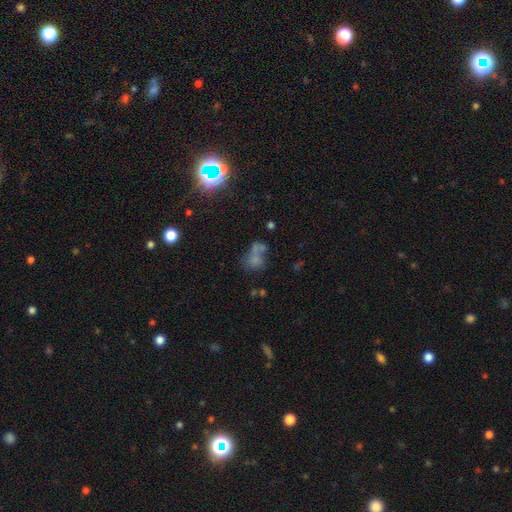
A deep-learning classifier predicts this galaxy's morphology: smooth 56%, star or artifact 24%, featured or disk 19%. Down the decision tree: how rounded — in between (56%); merging — merger (38%).